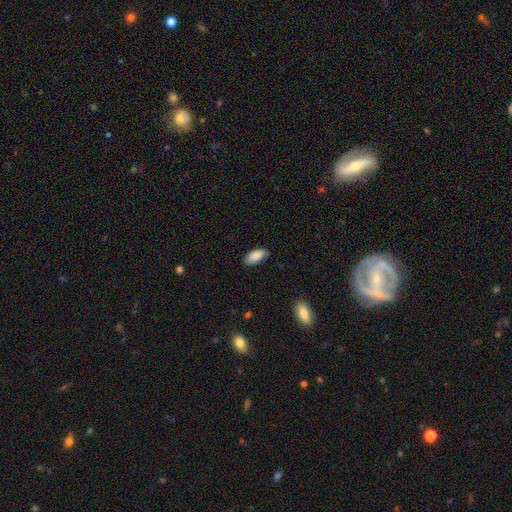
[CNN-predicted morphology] Q: Smooth or featured?
A: smooth (87%); runner-up: featured or disk (7%)
Q: How rounded?
A: in between (92%); runner-up: cigar-shaped (6%)
Q: Merging?
A: none (75%); runner-up: minor disturbance (21%)